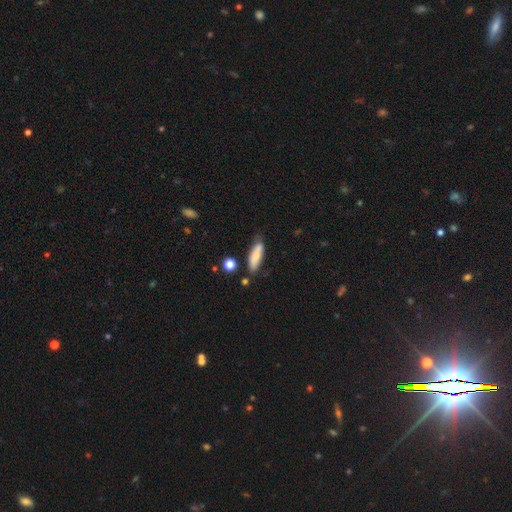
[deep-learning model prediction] A smooth galaxy with no disk features (75%) that is cigar-shaped (49%, tied with in between).

Vote fractions:
- Smooth or featured? smooth: 75% / featured or disk: 18% / star or artifact: 7%
- How rounded? cigar-shaped: 49% (tied) / in between: 49% (tied) / round: 2%
- Merging? none: 66% / minor disturbance: 22% / merger: 7% / major disturbance: 5%